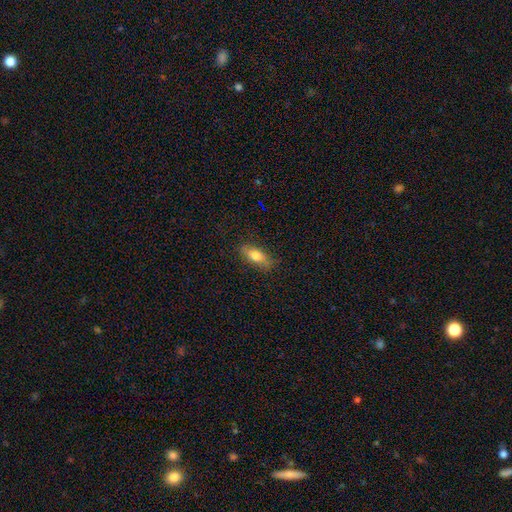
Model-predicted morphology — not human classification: type=smooth (68%); roundness=in between (73%); merging=none (79%).